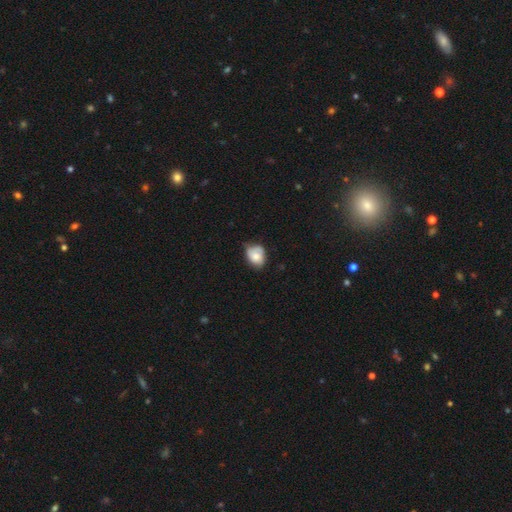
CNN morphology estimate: Smooth or featured? smooth (72%)
How rounded? in between (57%)
Merging? none (45%)